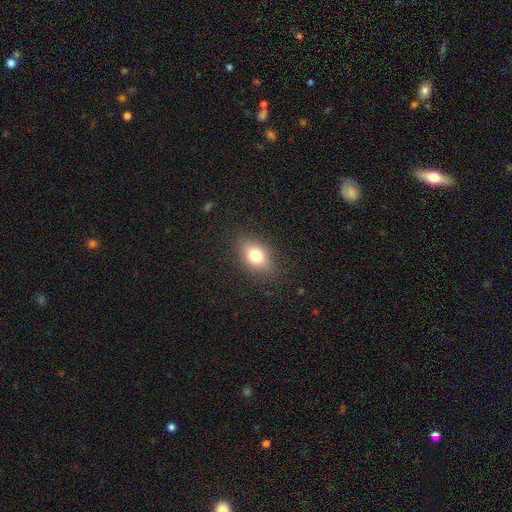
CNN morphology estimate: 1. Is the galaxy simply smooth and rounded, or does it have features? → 76% smooth, 13% featured or disk, 11% star or artifact.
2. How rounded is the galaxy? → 69% in between, 29% round, 2% cigar-shaped.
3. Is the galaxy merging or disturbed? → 83% none, 12% minor disturbance, 4% major disturbance, 1% merger.